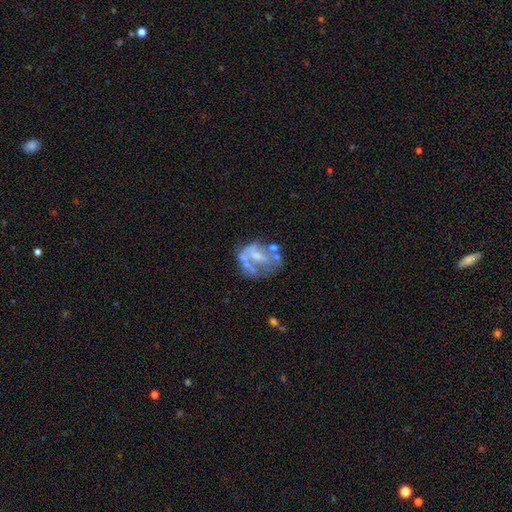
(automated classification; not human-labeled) This is likely a featured or disk galaxy (66%). It is clearly not viewed edge-on (98%). Bar: likely no (70%). Spiral arm pattern: clearly no (82%). Central bulge: marginally none (42%). Merging: marginally none (39%).